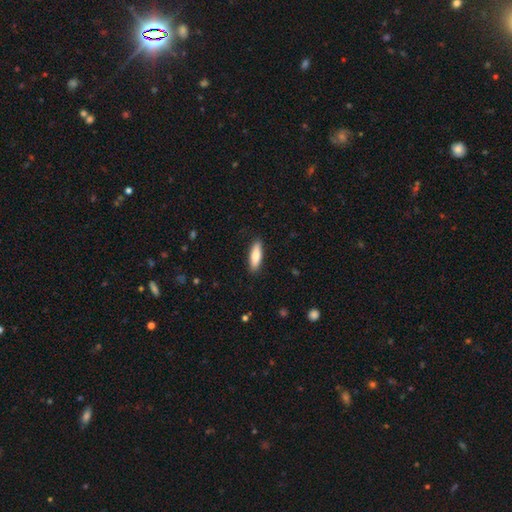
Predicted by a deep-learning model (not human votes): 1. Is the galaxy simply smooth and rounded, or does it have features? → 82% smooth, 13% featured or disk, 6% star or artifact.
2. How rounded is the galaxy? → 51% cigar-shaped, 48% in between, 2% round.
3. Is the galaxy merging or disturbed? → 89% none, 8% minor disturbance, 2% major disturbance, 1% merger.